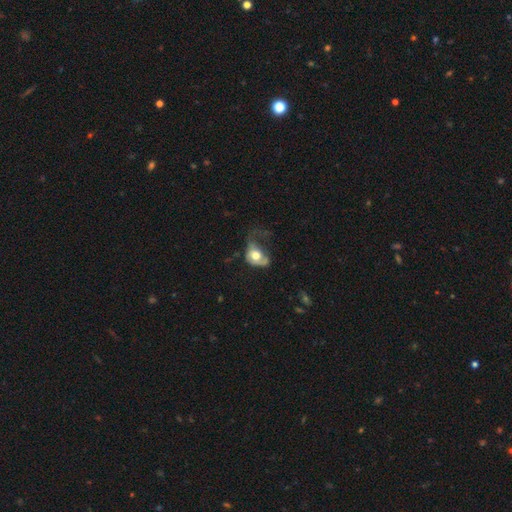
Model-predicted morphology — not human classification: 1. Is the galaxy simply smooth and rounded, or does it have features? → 59% smooth, 34% featured or disk, 8% star or artifact.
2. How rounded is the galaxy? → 63% in between, 36% round, 2% cigar-shaped.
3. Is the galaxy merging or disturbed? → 58% major disturbance, 22% minor disturbance, 14% none, 5% merger.